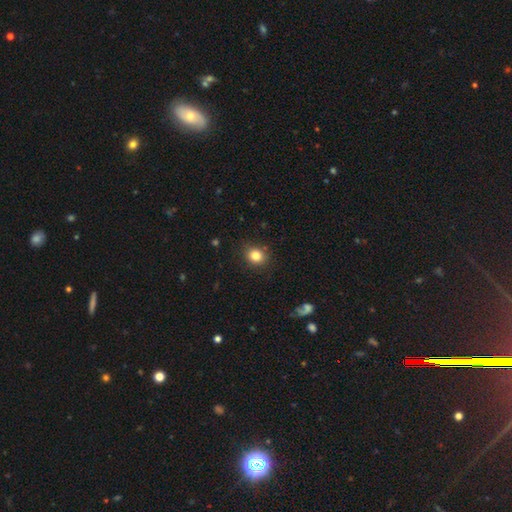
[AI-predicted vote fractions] Q: Smooth or featured?
A: smooth (83%); runner-up: star or artifact (11%)
Q: How rounded?
A: round (72%); runner-up: in between (27%)
Q: Merging?
A: none (86%); runner-up: minor disturbance (10%)